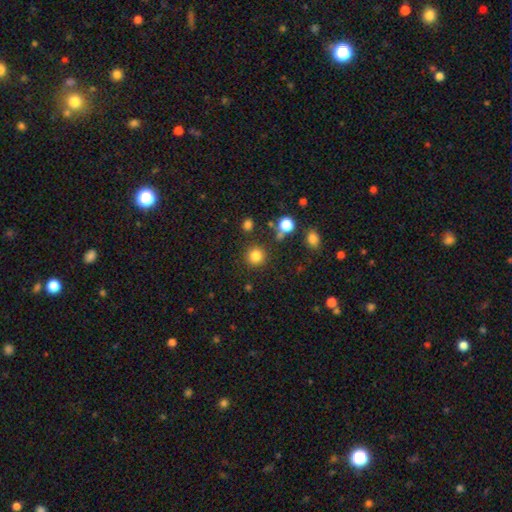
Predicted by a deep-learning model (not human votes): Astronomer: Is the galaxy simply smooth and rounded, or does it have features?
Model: smooth — 83%.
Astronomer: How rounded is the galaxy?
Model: round — 93%.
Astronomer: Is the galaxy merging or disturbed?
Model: none — 86%.